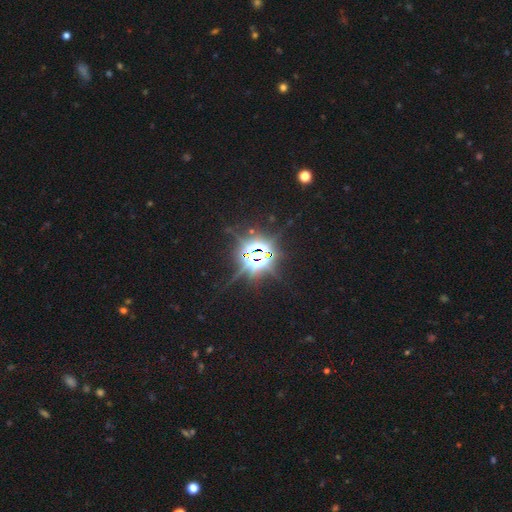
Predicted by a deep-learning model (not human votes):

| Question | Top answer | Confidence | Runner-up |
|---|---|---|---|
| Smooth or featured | star or artifact | 86% | smooth (8%) |